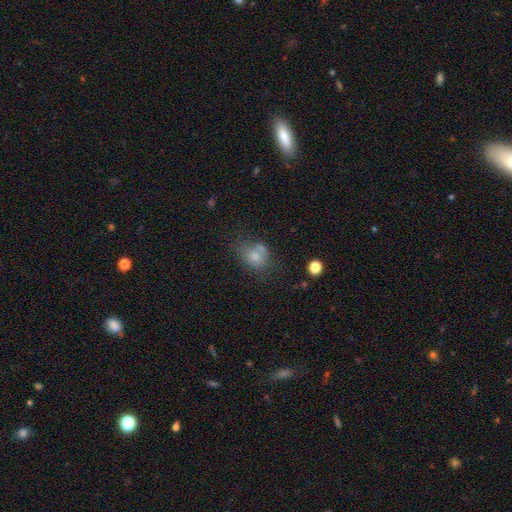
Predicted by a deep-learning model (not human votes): Overall: smooth (72%). How rounded: round (51%; in between 48%). Merging: none (39%; merger 23%).